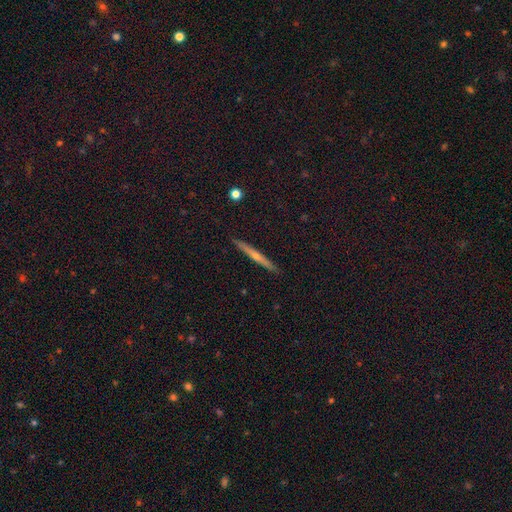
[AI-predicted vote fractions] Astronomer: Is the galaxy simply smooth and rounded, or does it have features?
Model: featured or disk — 64%.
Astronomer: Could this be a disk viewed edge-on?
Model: yes — 98%.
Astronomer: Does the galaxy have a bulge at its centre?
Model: rounded — 67%.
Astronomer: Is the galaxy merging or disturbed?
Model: none — 92%.